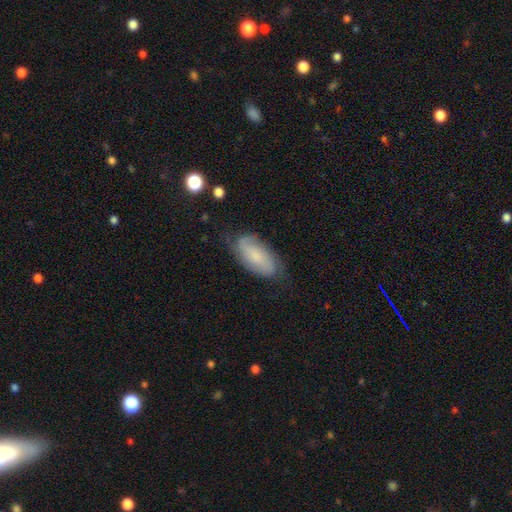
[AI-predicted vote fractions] Morphology: type=featured or disk (48%); merging=none (68%).